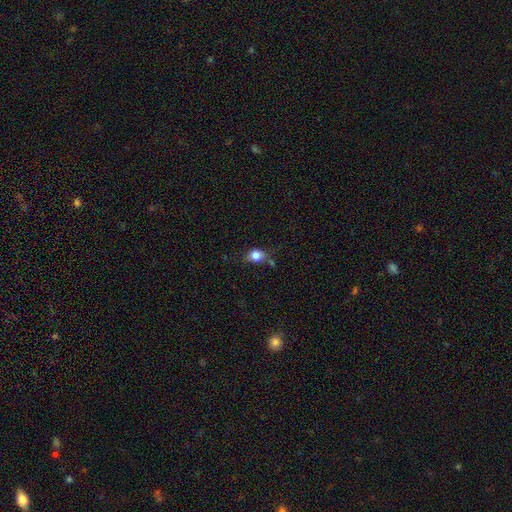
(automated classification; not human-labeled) A smooth galaxy with no disk features (79%) that is in between round and cigar-shaped (49%). Merging: none (56%).